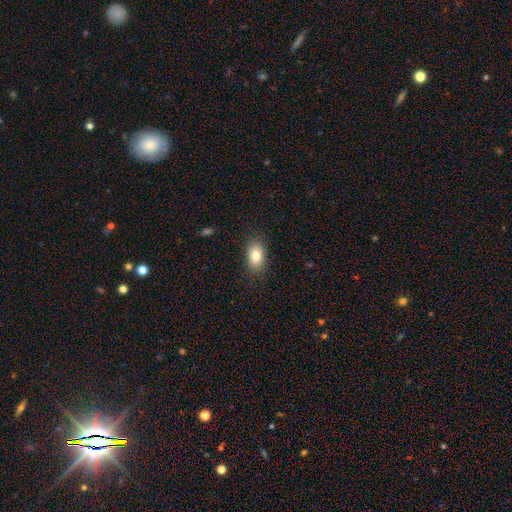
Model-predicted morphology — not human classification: Overall: smooth (80%). How rounded: in between (88%). Merging: none (86%).